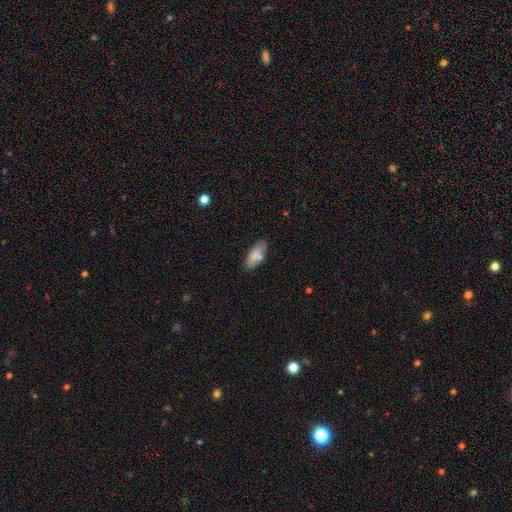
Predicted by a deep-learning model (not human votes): Smooth or featured: smooth — 80% (featured or disk — 13%)
How rounded: in between — 81% (cigar-shaped — 17%)
Merging: none — 76% (minor disturbance — 15%)